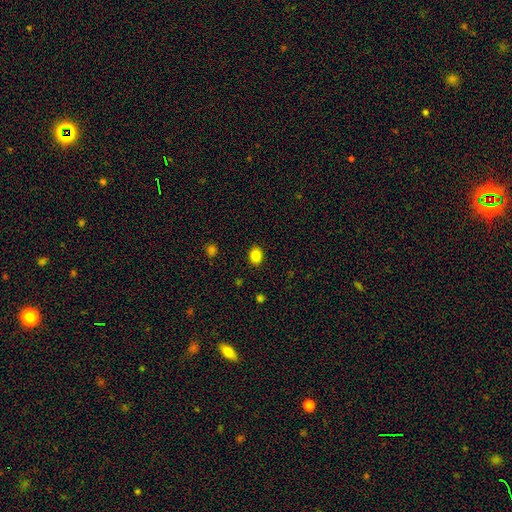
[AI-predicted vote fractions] Smooth or featured? Predicted: smooth (p=0.86). How rounded? Predicted: in between (p=0.56). Merging? Predicted: none (p=0.89).